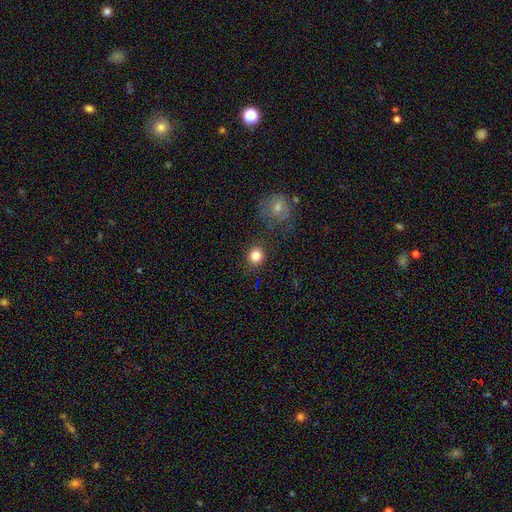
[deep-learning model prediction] smooth 83%, star or artifact 11%, featured or disk 6%. Down the decision tree: how rounded — round (90%); merging — none (85%).